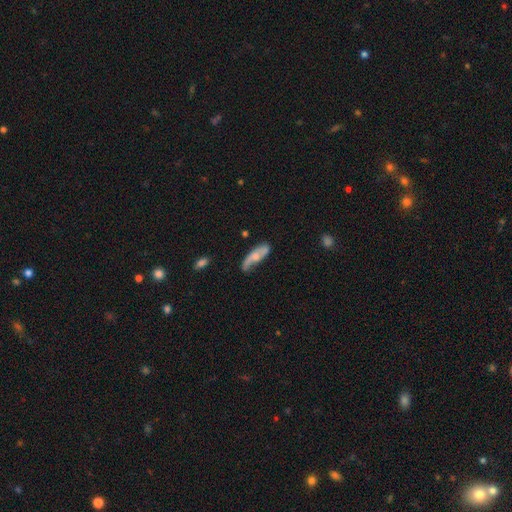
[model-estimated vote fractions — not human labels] A featured or disk galaxy (48%). Merging: none (48%).